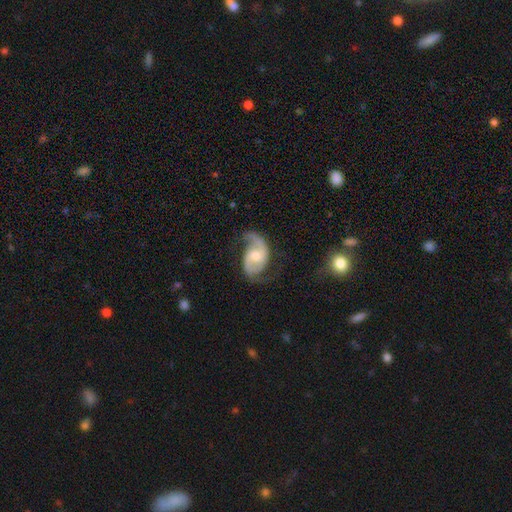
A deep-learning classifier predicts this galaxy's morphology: Smooth or featured? Predicted: featured or disk (p=0.86). Edge-on disk? Predicted: no (p=0.98). Bar? Predicted: no (p=0.49). Spiral arms? Predicted: yes (p=0.96). Spiral winding? Predicted: medium (p=0.48). Spiral arm count? Predicted: 2 (p=0.84). Bulge size? Predicted: moderate (p=0.58). Merging? Predicted: none (p=0.60).